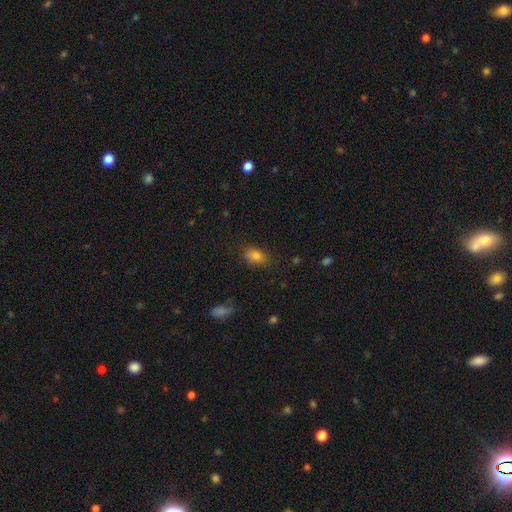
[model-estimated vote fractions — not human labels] Smooth or featured: smooth — 79% (star or artifact — 13%)
How rounded: in between — 78% (round — 20%)
Merging: none — 74% (minor disturbance — 18%)